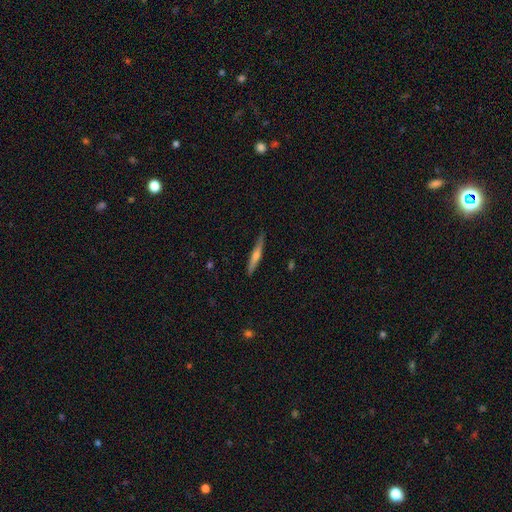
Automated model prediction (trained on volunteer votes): A featured or disk galaxy (62%) viewed edge-on (97%) with a rounded central bulge (78%). Merging: none (89%).